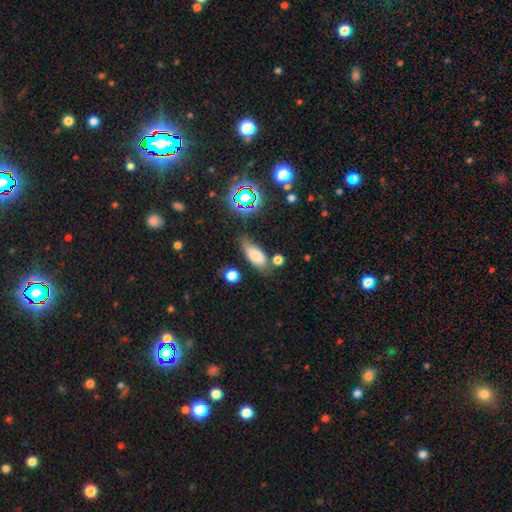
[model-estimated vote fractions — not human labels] This is likely a smooth galaxy (72%). How rounded: likely in between (75%). Merging: likely none (61%).